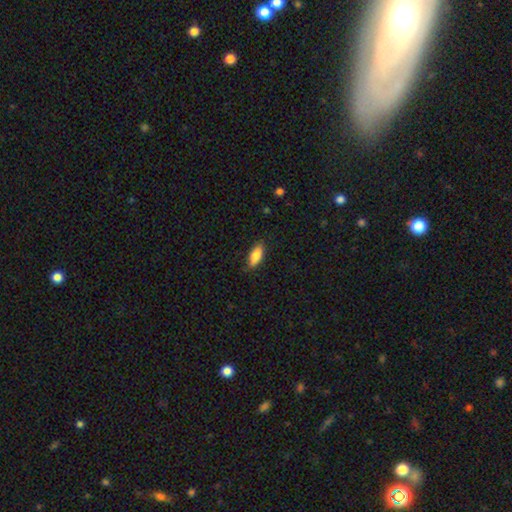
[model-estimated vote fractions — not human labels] The model was most divided on "how rounded": in between: 79%, cigar-shaped: 19%, round: 2%. More confident: merging — none (85%); smooth or featured — smooth (81%).